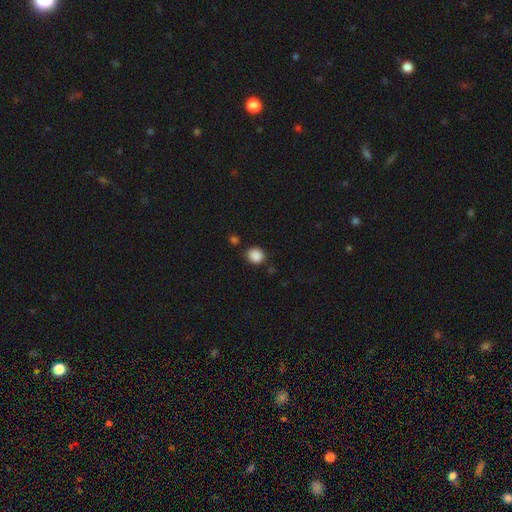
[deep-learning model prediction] Overall: smooth (88%). How rounded: round (76%). Merging: none (79%).